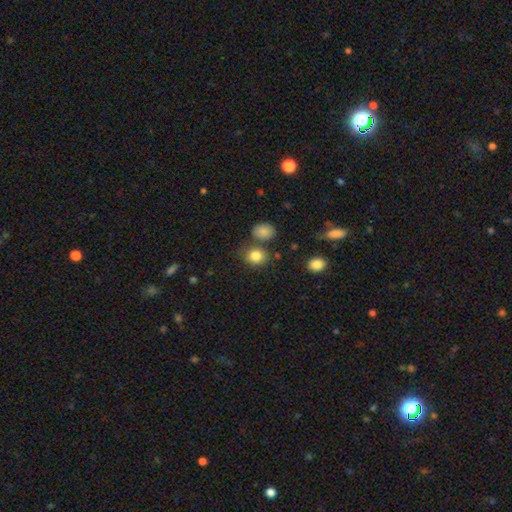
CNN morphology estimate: Smooth or featured: smooth — 83% (star or artifact — 10%)
How rounded: round — 61% (in between — 38%)
Merging: none — 70% (merger — 14%)